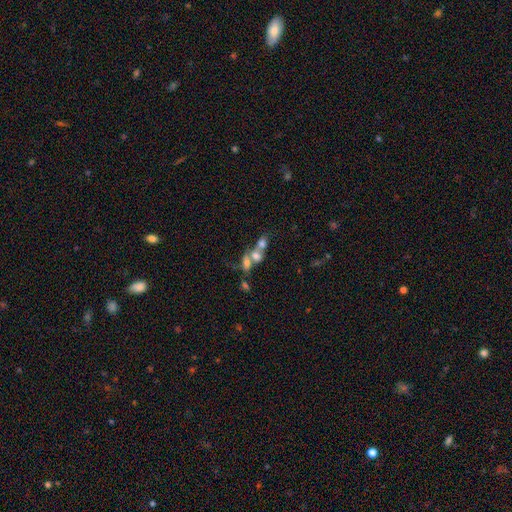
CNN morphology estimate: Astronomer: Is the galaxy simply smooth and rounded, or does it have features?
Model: smooth — 57%.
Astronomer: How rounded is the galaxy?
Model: in between — 67%.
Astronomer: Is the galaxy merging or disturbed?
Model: merger — 71%.